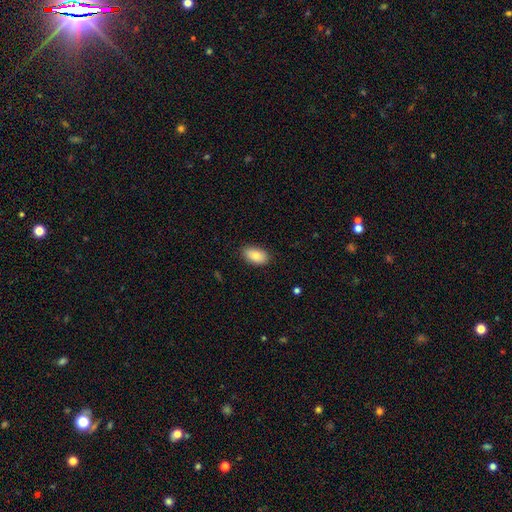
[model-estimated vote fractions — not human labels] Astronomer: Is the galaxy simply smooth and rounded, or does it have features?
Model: smooth — 86%.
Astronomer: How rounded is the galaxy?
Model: in between — 93%.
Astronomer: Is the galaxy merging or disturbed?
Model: none — 84%.